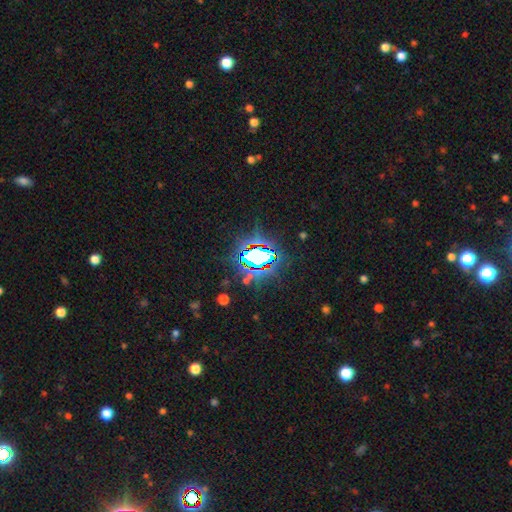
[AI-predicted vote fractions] star or artifact 72%, smooth 15%, featured or disk 13%.